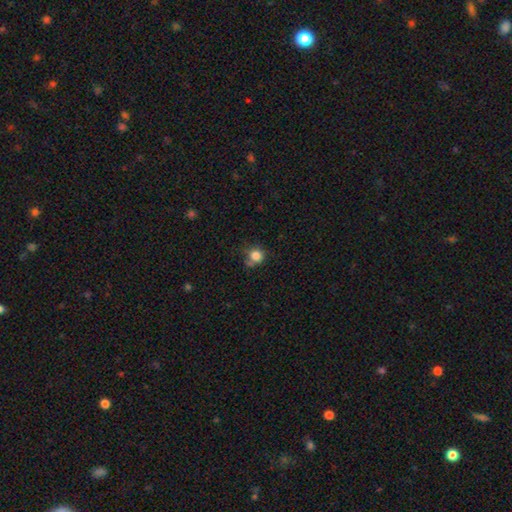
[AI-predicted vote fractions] Smooth or featured: smooth — 83% (star or artifact — 11%)
How rounded: round — 86% (in between — 13%)
Merging: none — 59% (minor disturbance — 23%)